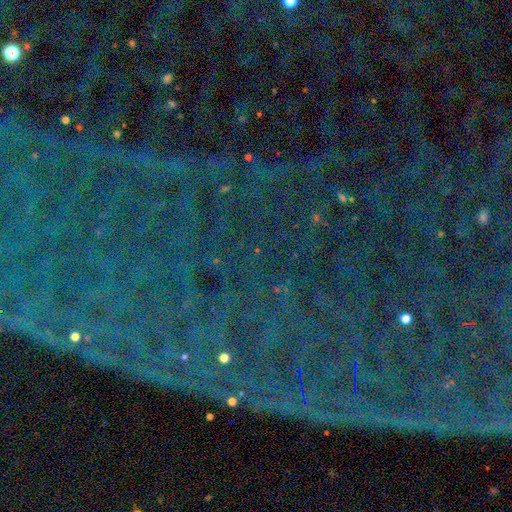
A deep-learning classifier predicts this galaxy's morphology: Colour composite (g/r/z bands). It shows a star or artifact, not a galaxy (86%).